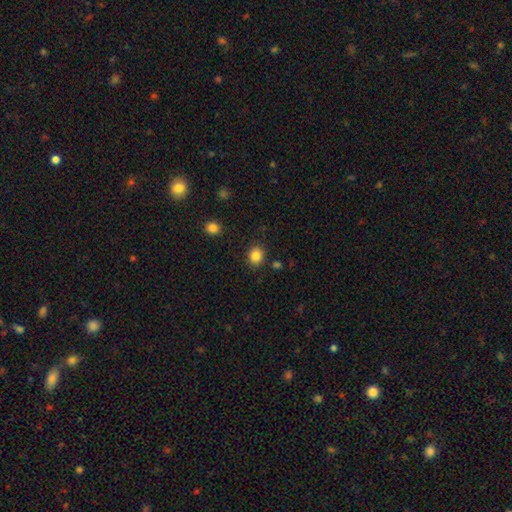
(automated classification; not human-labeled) This appears to be a smooth galaxy with no disk features (85%) that is round (76%). Merging: none (86%).